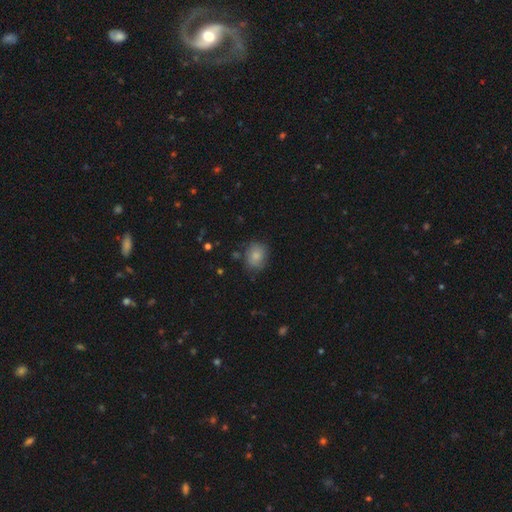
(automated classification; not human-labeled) Smooth or featured: smooth — 82% (featured or disk — 9%)
How rounded: round — 52% (in between — 47%)
Merging: none — 75% (minor disturbance — 18%)